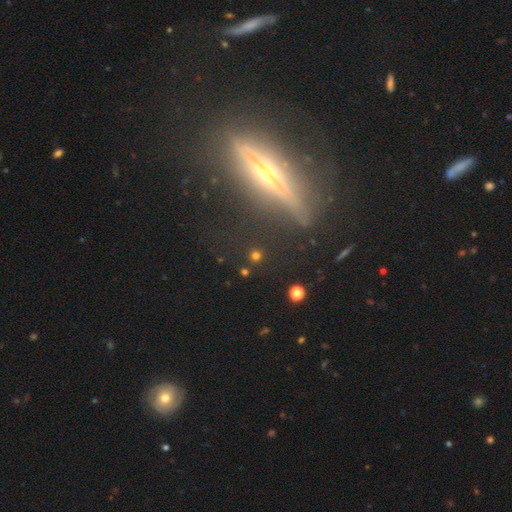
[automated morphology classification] smooth 66%, star or artifact 26%, featured or disk 7%. Down the decision tree: how rounded — round (92%); merging — none (86%).